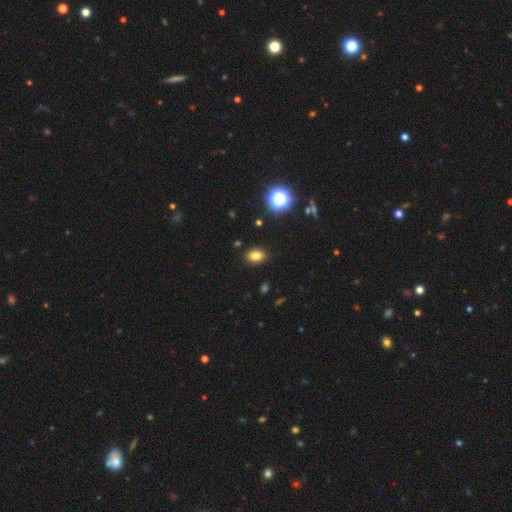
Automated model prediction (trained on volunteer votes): A smooth galaxy with no disk features (79%) that is in between round and cigar-shaped (76%). Merging: none (89%).